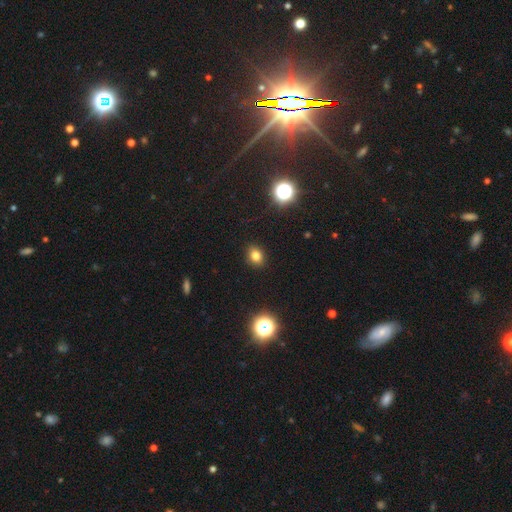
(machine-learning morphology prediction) type=smooth (78%); roundness=round (50%); merging=none (89%).